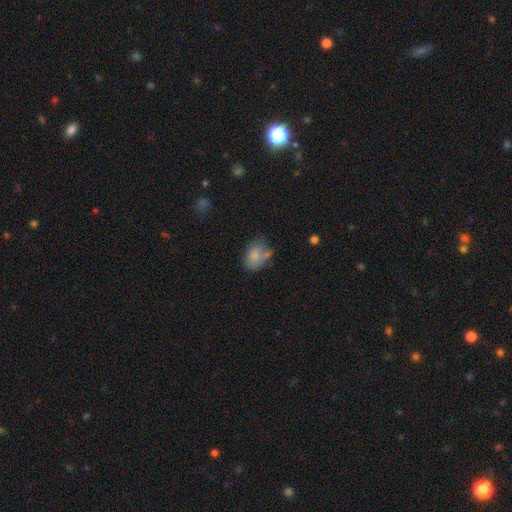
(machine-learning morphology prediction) smooth_or_featured: smooth (p=0.80) [alt: featured or disk p=0.12]
how_rounded: in between (p=0.75) [alt: round p=0.24]
merging: none (p=0.47) [alt: minor disturbance p=0.26]